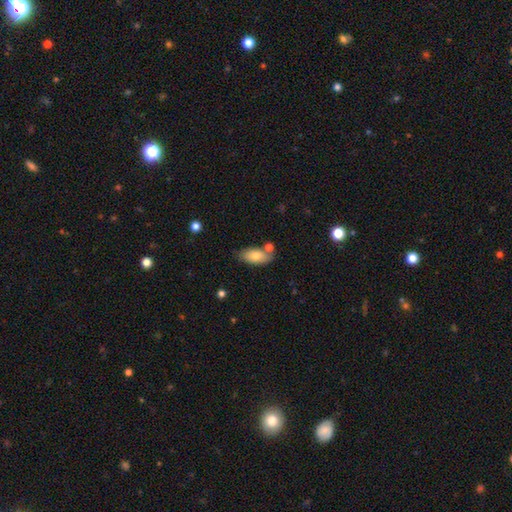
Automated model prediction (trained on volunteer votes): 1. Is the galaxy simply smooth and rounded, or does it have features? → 77% smooth, 16% featured or disk, 7% star or artifact.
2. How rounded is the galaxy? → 91% in between, 6% cigar-shaped, 3% round.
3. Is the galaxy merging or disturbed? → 66% none, 17% minor disturbance, 13% merger, 4% major disturbance.